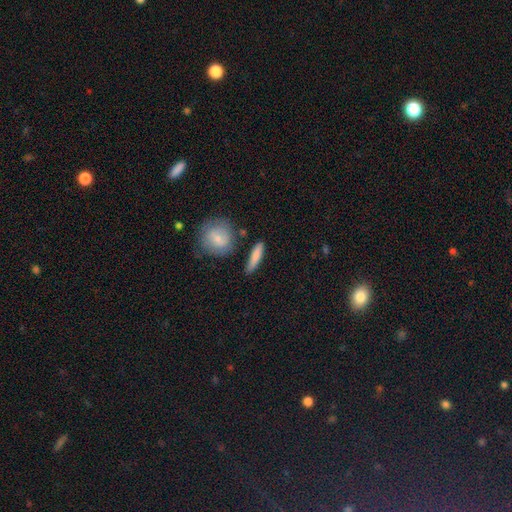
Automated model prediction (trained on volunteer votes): smooth 78%, featured or disk 16%, star or artifact 6%. Down the decision tree: how rounded — cigar-shaped (78%); merging — none (79%).